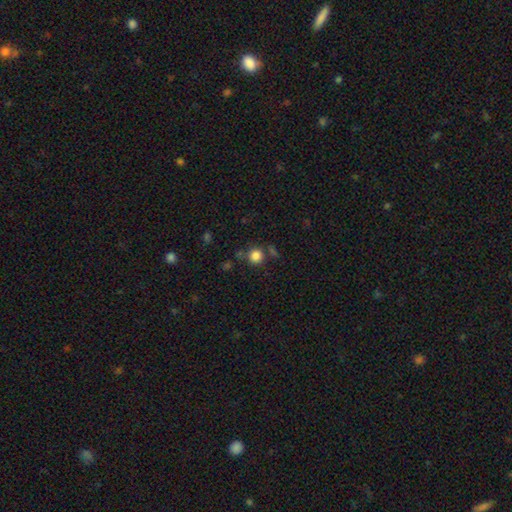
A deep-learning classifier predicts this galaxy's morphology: A smooth galaxy with no disk features (83%) that is round (93%).

Vote fractions:
- Smooth or featured? smooth: 83% / star or artifact: 12% / featured or disk: 5%
- How rounded? round: 93% / in between: 6% / cigar-shaped: 1%
- Merging? none: 76% / minor disturbance: 10% / merger: 9% / major disturbance: 4%